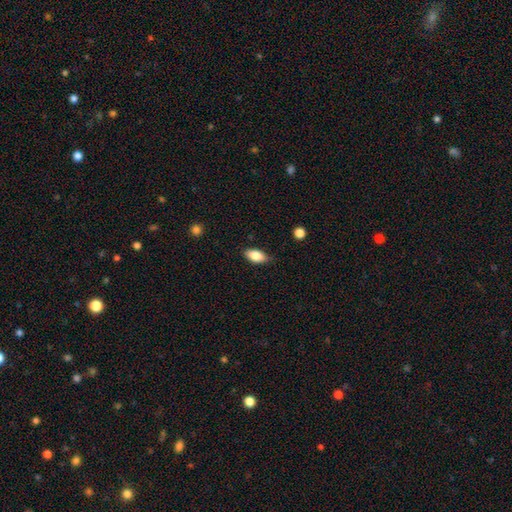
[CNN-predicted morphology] smooth-or-featured: smooth: 83% | featured or disk: 9% | star or artifact: 7%
  how-rounded: in between: 90% | cigar-shaped: 6% | round: 4%
  merging: none: 81% | minor disturbance: 15% | major disturbance: 3% | merger: 1%